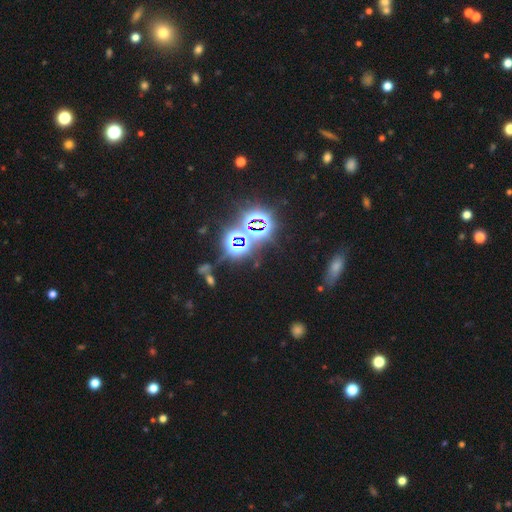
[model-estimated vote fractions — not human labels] smooth-or-featured: star or artifact: 58% | smooth: 26% | featured or disk: 16%